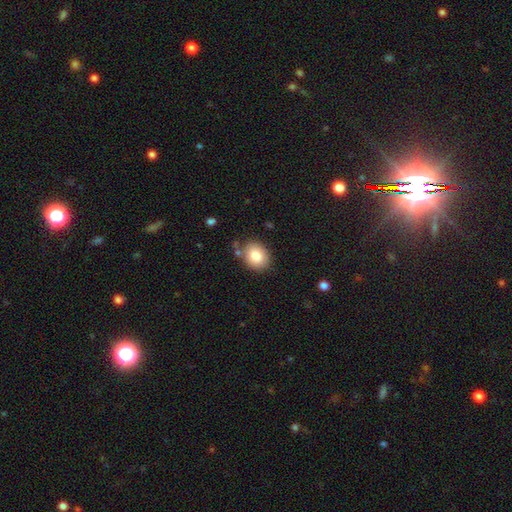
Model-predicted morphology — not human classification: Overall: smooth (84%). How rounded: in between (51%; round 49%). Merging: none (78%).